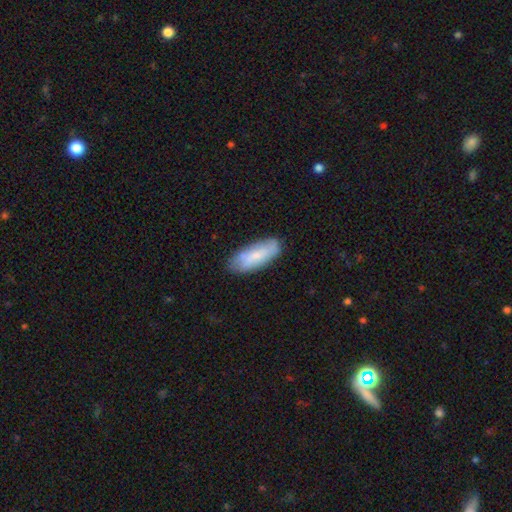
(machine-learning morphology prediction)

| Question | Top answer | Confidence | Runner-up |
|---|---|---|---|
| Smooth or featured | smooth | 66% | featured or disk (28%) |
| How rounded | in between | 73% | cigar-shaped (25%) |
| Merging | none | 78% | minor disturbance (17%) |